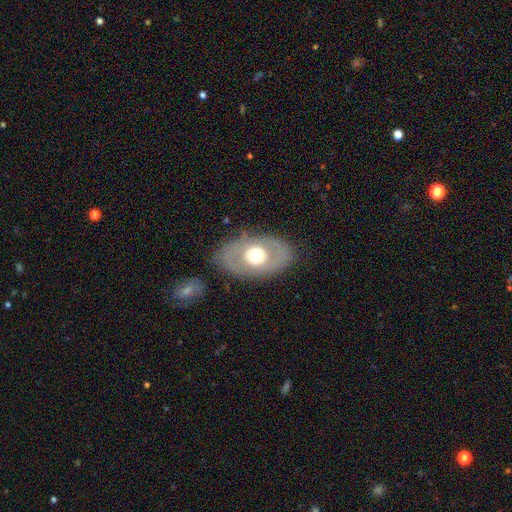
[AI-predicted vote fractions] Smooth or featured: featured or disk — 53% (smooth — 41%)
Edge-on disk: no — 90% (yes — 10%)
Merging: none — 78% (minor disturbance — 13%)